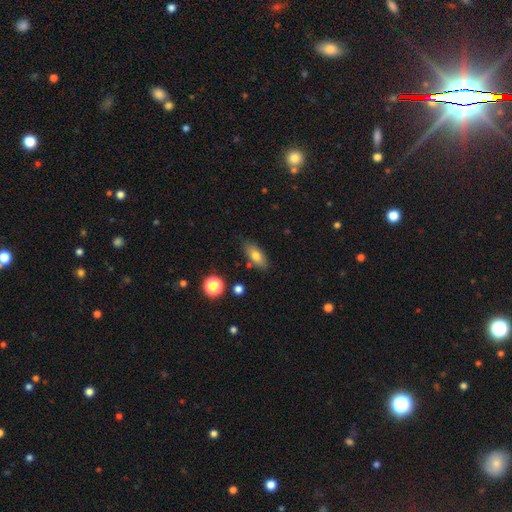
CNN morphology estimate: Overall: smooth (74%). How rounded: in between (79%). Merging: none (79%).